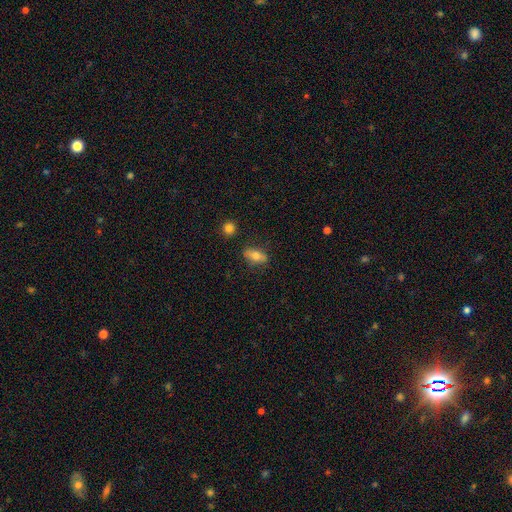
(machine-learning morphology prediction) smooth 69%, featured or disk 23%, star or artifact 8%. Down the decision tree: how rounded — in between (80%); merging — none (81%).